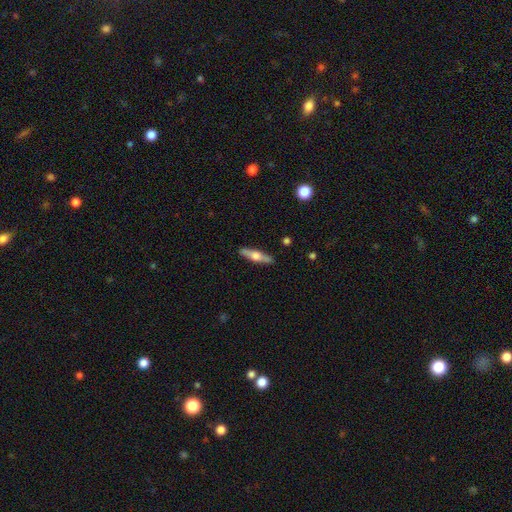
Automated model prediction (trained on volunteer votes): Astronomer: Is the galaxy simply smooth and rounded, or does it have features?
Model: featured or disk — 54% (runner-up: smooth, 41%).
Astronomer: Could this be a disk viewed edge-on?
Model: yes — 93%.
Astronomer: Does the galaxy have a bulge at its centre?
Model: rounded — 91%.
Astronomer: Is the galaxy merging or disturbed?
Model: none — 88%.